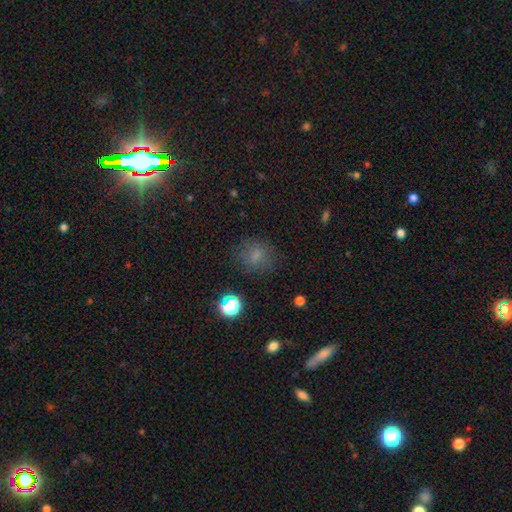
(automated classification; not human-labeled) The model was most divided on "smooth or featured": smooth: 73%, star or artifact: 19%, featured or disk: 9%. More confident: merging — none (78%); how rounded — round (77%).